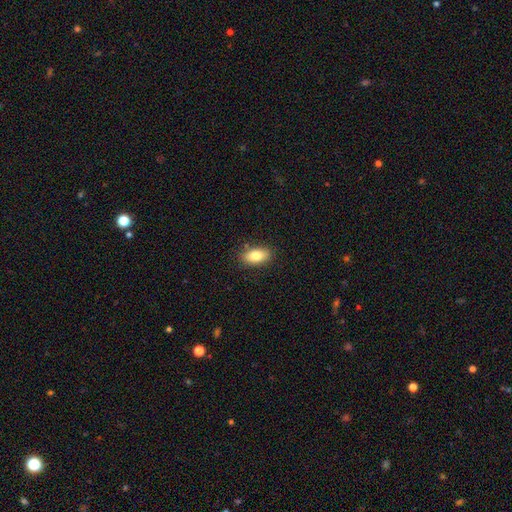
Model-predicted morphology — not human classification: Smooth or featured?
  - smooth: 80% *
  - featured or disk: 13%
  - star or artifact: 7%
How rounded?
  - in between: 90% *
  - cigar-shaped: 6%
  - round: 5%
Merging?
  - none: 87% *
  - minor disturbance: 10%
  - major disturbance: 2%
  - merger: 1%